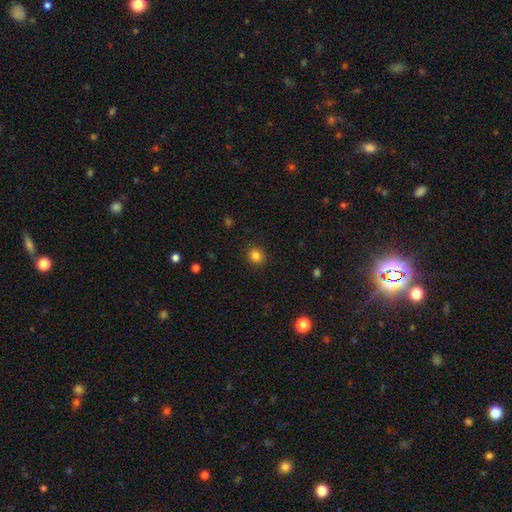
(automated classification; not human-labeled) smooth-or-featured: smooth: 83% | star or artifact: 12% | featured or disk: 5%
  how-rounded: round: 82% | in between: 17% | cigar-shaped: 1%
  merging: none: 90% | minor disturbance: 6% | major disturbance: 2% | merger: 1%